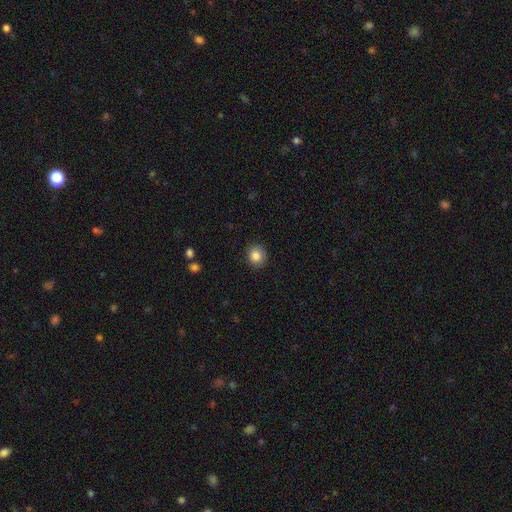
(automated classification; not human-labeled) Smooth or featured? smooth (86%)
How rounded? round (84%)
Merging? none (90%)